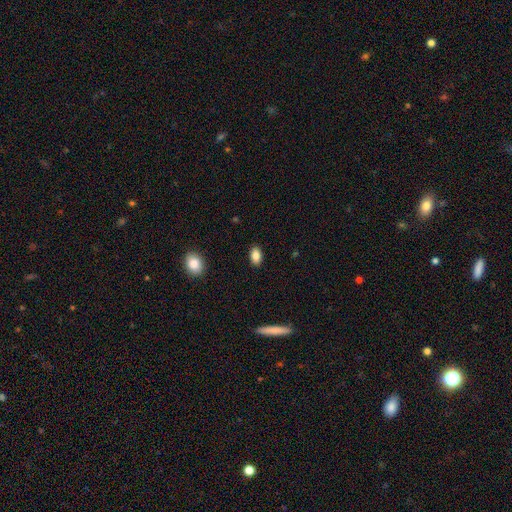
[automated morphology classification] smooth 85%, star or artifact 8%, featured or disk 7%. Down the decision tree: how rounded — in between (90%); merging — none (88%).